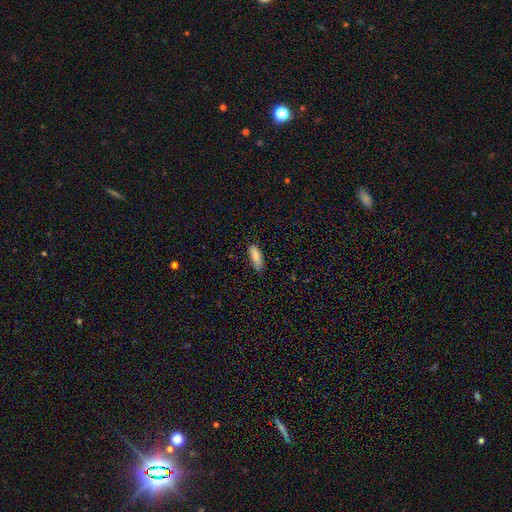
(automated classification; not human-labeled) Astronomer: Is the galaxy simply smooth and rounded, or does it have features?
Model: smooth — 85%.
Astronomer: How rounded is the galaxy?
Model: in between — 65%.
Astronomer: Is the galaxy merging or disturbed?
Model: none — 78%.